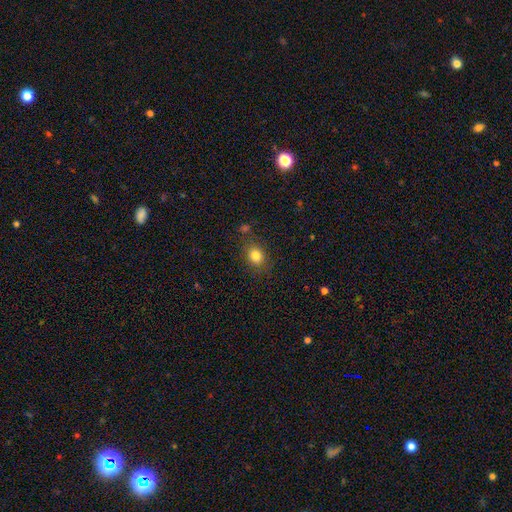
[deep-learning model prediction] The model was most divided on "how rounded": round: 57%, in between: 42%, cigar-shaped: 1%. More confident: smooth or featured — smooth (82%); merging — none (80%).